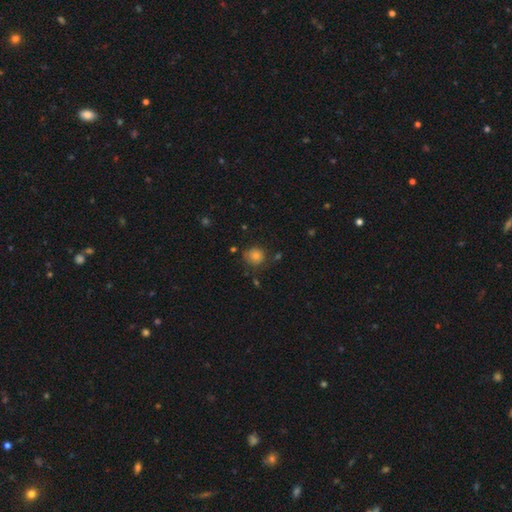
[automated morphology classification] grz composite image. It shows a smooth galaxy with no disk features (77%) that is round (89%). Merging: none (77%).